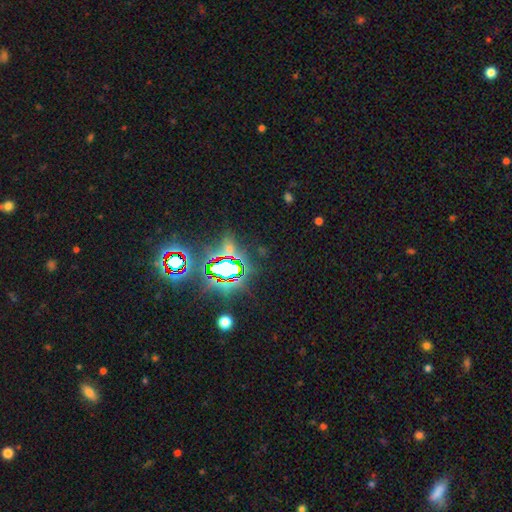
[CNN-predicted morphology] star or artifact 83%, smooth 9%, featured or disk 8%.